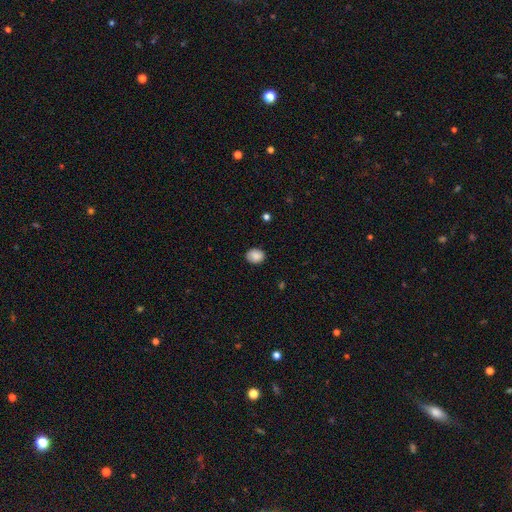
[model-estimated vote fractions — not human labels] Overall: smooth (88%). How rounded: in between (50%; round 49%). Merging: none (85%).